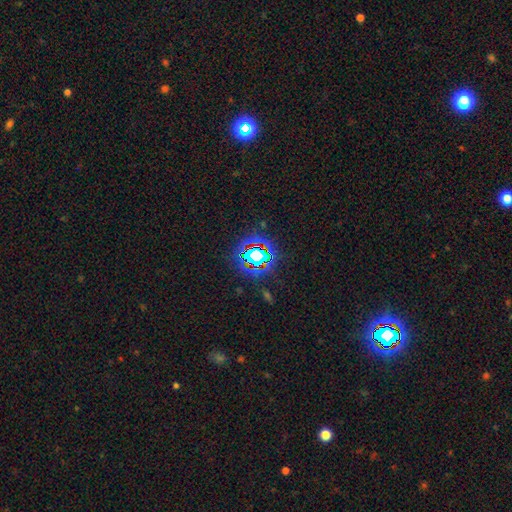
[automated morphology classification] The model was most divided on "smooth or featured": star or artifact: 70%, smooth: 18%, featured or disk: 12%.